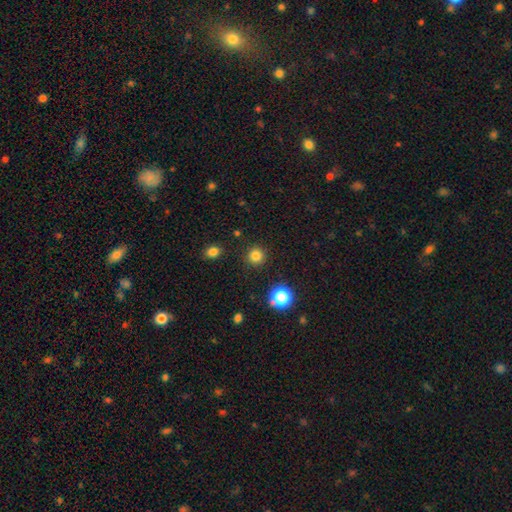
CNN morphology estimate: type=smooth (81%); roundness=round (94%); merging=none (90%).